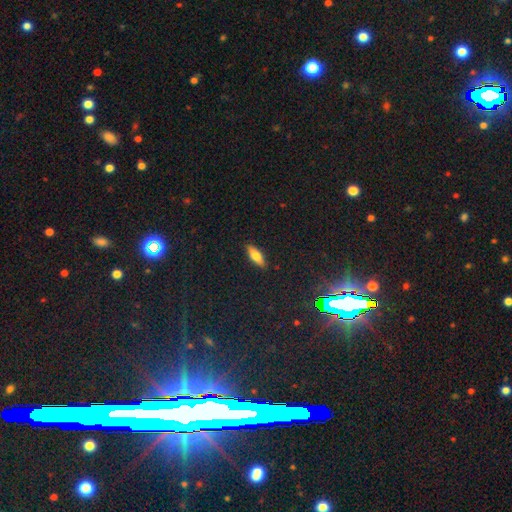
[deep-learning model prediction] The model was most divided on "how rounded": in between: 58%, cigar-shaped: 39%, round: 3%. More confident: merging — none (90%); smooth or featured — smooth (64%).